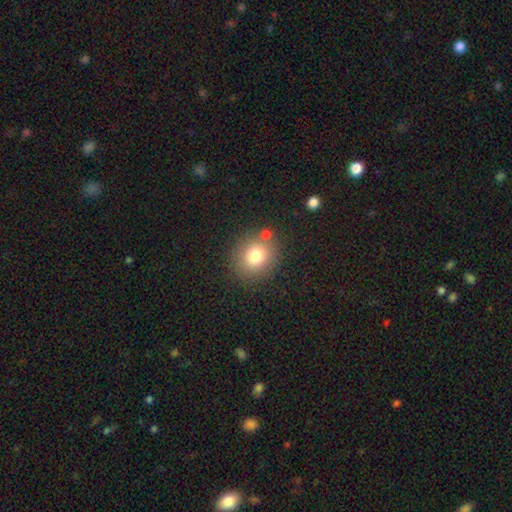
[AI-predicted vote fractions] smooth 77%, star or artifact 12%, featured or disk 11%. Down the decision tree: how rounded — round (74%); merging — none (78%).